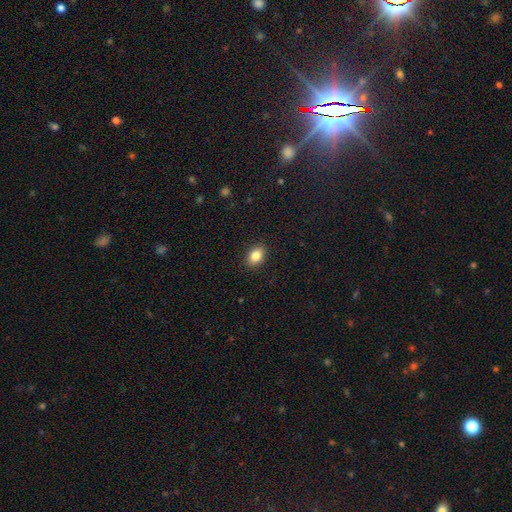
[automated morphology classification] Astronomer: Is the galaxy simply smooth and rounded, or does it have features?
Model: smooth — 85%.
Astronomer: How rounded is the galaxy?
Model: in between — 76%.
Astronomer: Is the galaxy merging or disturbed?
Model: none — 90%.